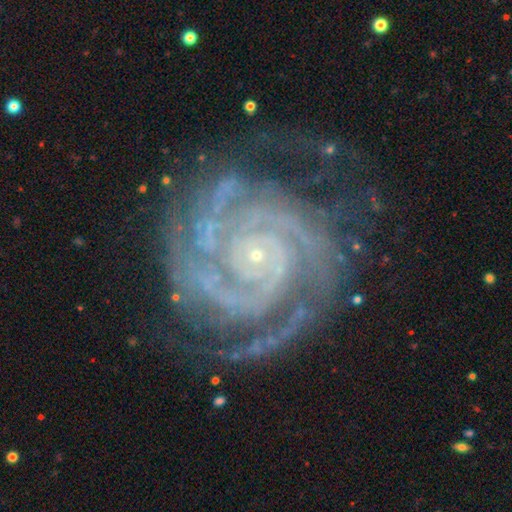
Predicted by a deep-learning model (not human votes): Smooth or featured? Predicted: featured or disk (p=0.92). Edge-on disk? Predicted: no (p=0.98). Bar? Predicted: no (p=0.74). Spiral arms? Predicted: yes (p=0.99). Spiral winding? Predicted: tight (p=0.81). Spiral arm count? Predicted: 2 (p=0.44). Bulge size? Predicted: small (p=0.89). Merging? Predicted: none (p=0.71).